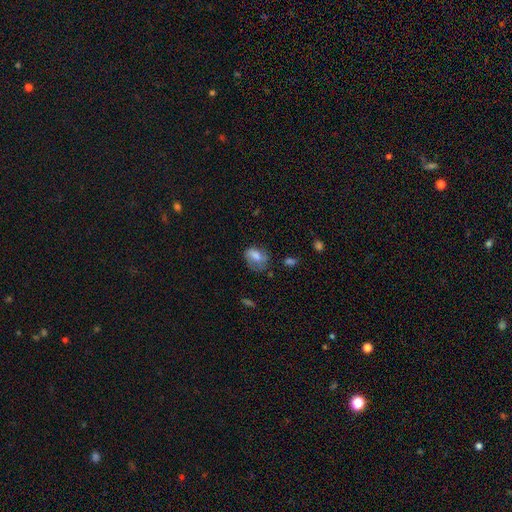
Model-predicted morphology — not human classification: Smooth or featured? smooth (67%)
How rounded? in between (75%)
Merging? none (45%)